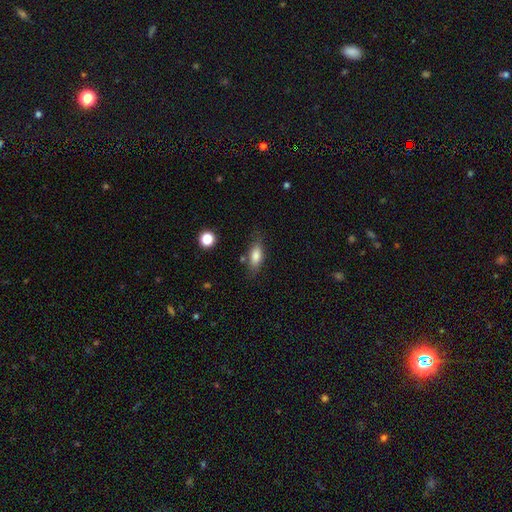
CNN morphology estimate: Q: Smooth or featured?
A: smooth (79%); runner-up: featured or disk (14%)
Q: How rounded?
A: in between (75%); runner-up: cigar-shaped (22%)
Q: Merging?
A: none (73%); runner-up: minor disturbance (17%)